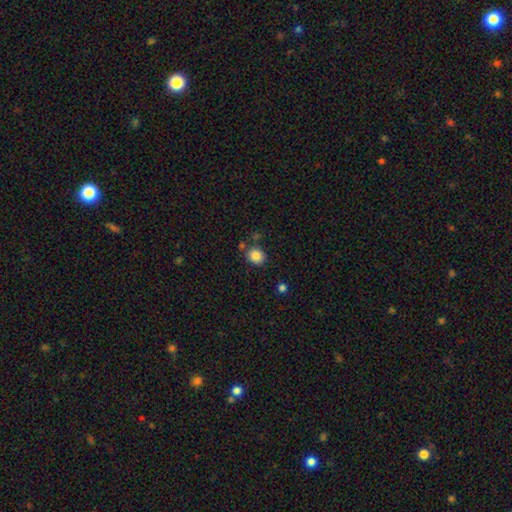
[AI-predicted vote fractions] smooth 85%, star or artifact 10%, featured or disk 5%. Down the decision tree: how rounded — round (73%); merging — none (77%).